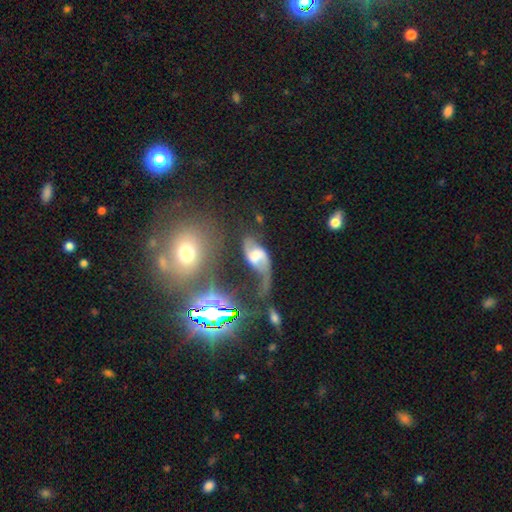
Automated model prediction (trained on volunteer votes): smooth-or-featured: featured or disk: 74% | smooth: 16% | star or artifact: 9%
  disk-edge-on: no: 95% | yes: 5%
    bar: weak: 46% | no: 33% | strong: 21%
    has-spiral-arms: yes: 88% | no: 12%
      spiral-winding: loose: 75% | medium: 20% | tight: 5%
      spiral-arm-count: 2: 84% | 1: 9% | can't tell: 4% | 3: 1% | 4: 1% | more than 4: 1%
    bulge-size: moderate: 41% | small: 23% | large: 20% | none: 13% | dominant: 3%
  merging: none: 37% | major disturbance: 26% | merger: 19% | minor disturbance: 18%